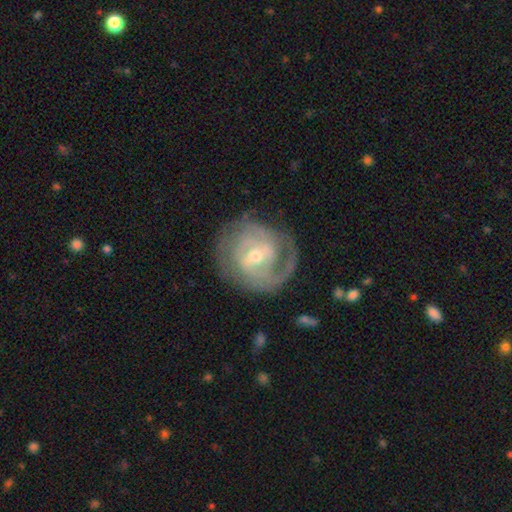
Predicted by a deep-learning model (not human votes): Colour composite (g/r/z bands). It shows a featured or disk galaxy (83%) with a weak bar (48%), 2 (45%) tight (55%) spiral arms (89%) and a moderate central bulge (54%). Merging: none (68%).